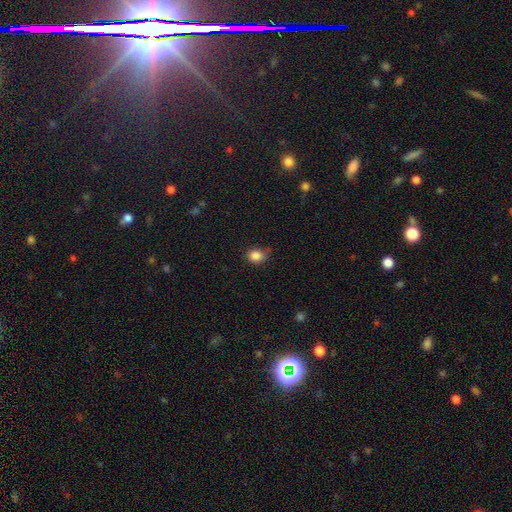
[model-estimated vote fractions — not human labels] This is clearly a smooth galaxy (85%). How rounded: possibly round (57%). Merging: likely none (66%).